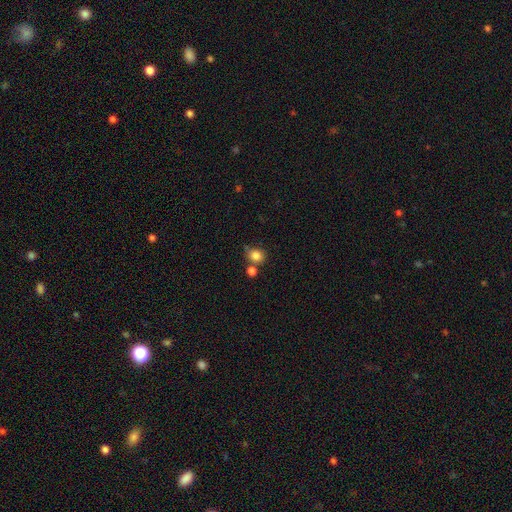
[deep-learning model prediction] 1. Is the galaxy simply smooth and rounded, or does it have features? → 83% smooth, 11% star or artifact, 6% featured or disk.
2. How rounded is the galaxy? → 75% round, 24% in between, 1% cigar-shaped.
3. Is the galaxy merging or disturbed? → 63% none, 19% merger, 14% minor disturbance, 4% major disturbance.